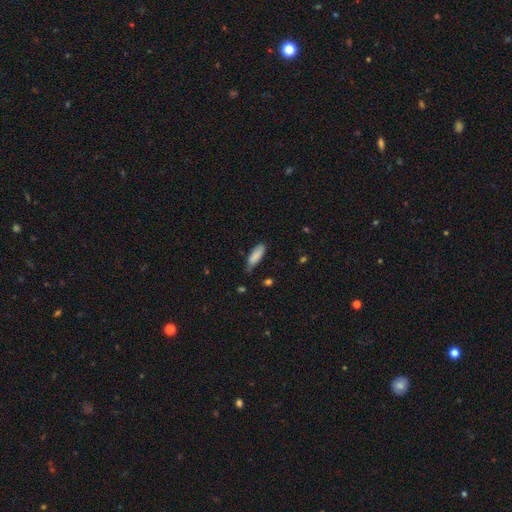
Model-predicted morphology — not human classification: Q: Smooth or featured?
A: smooth (85%); runner-up: featured or disk (9%)
Q: How rounded?
A: in between (62%); runner-up: cigar-shaped (36%)
Q: Merging?
A: none (58%); runner-up: minor disturbance (34%)